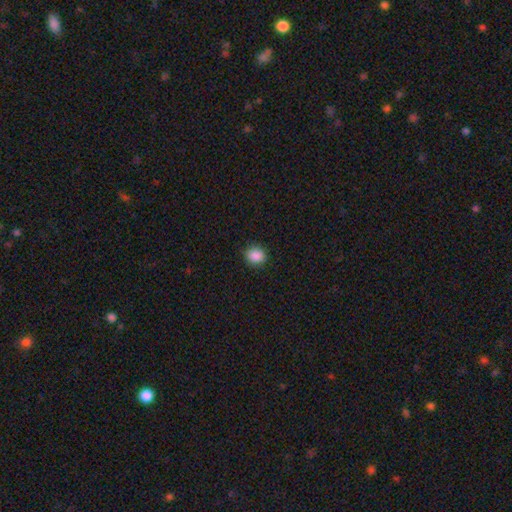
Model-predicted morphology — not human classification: The model was most divided on "how rounded": round: 73%, in between: 26%, cigar-shaped: 1%. More confident: merging — none (90%); smooth or featured — smooth (88%).